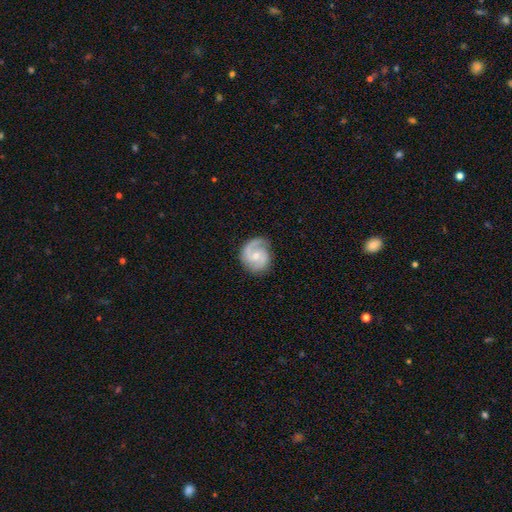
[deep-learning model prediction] Smooth or featured?
  - featured or disk: 84% *
  - smooth: 11%
  - star or artifact: 5%
Edge-on disk?
  - no: 98% *
  - yes: 2%
Bar?
  - no: 55% *
  - weak: 38%
  - strong: 7%
Spiral arms?
  - yes: 97% *
  - no: 3%
Spiral winding?
  - medium: 52% *
  - tight: 32%
  - loose: 16%
Spiral arm count?
  - 2: 82% *
  - 1: 10%
  - can't tell: 4%
  - 3: 2%
  - 4: 1%
  - more than 4: 1%
Bulge size?
  - small: 54% *
  - moderate: 42%
  - none: 2%
  - large: 1%
  - dominant: 1%
Merging?
  - none: 79% *
  - minor disturbance: 14%
  - major disturbance: 5%
  - merger: 1%